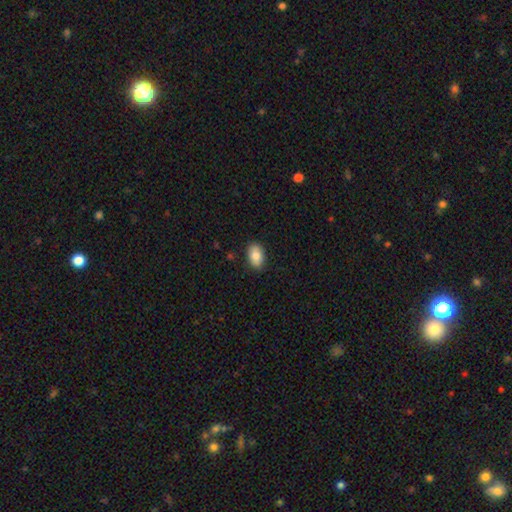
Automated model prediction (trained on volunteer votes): smooth_or_featured: smooth (p=0.85) [alt: featured or disk p=0.08]
how_rounded: in between (p=0.90) [alt: round p=0.08]
merging: none (p=0.88) [alt: minor disturbance p=0.09]